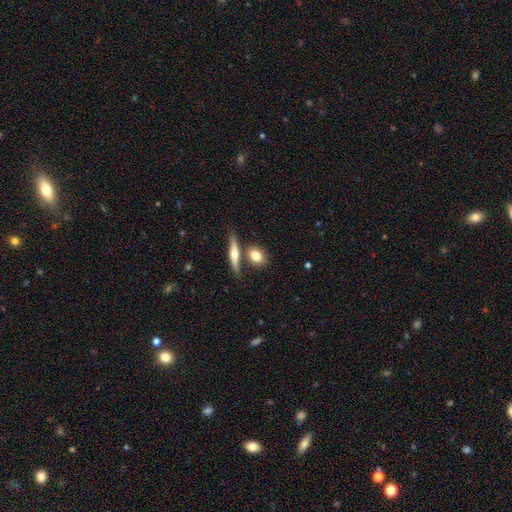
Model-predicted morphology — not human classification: Q: Smooth or featured?
A: smooth (74%); runner-up: featured or disk (19%)
Q: How rounded?
A: in between (50%); runner-up: round (38%)
Q: Merging?
A: none (65%); runner-up: merger (21%)